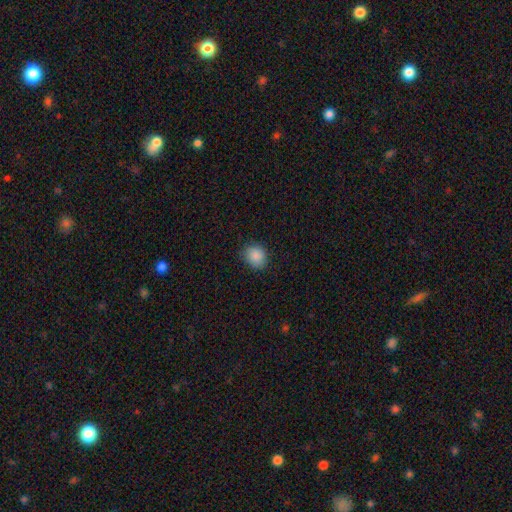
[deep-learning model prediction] The model was most divided on "how rounded": round: 71%, in between: 28%, cigar-shaped: 1%. More confident: smooth or featured — smooth (87%); merging — none (83%).